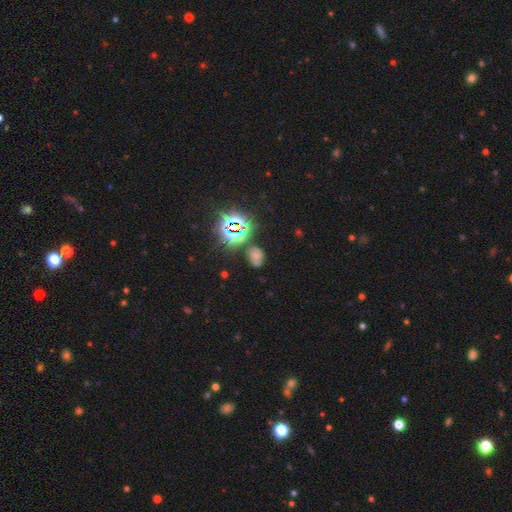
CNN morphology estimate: smooth_or_featured: star or artifact (p=0.41) [alt: smooth p=0.35]